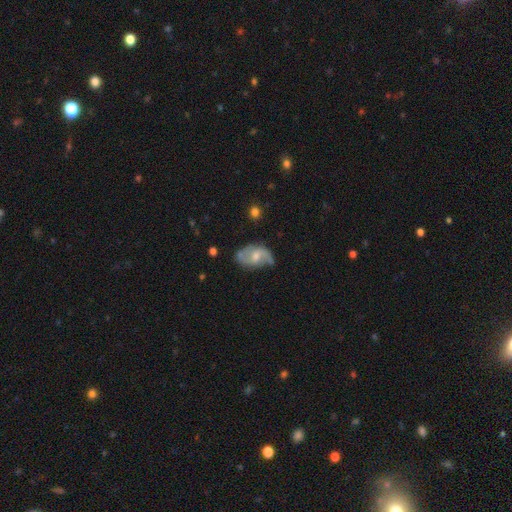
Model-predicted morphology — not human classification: smooth-or-featured: featured or disk: 73% | smooth: 21% | star or artifact: 6%
  disk-edge-on: no: 96% | yes: 4%
    bar: no: 47% | weak: 46% | strong: 8%
    has-spiral-arms: yes: 89% | no: 11%
      spiral-winding: loose: 47% | medium: 40% | tight: 13%
      spiral-arm-count: 2: 84% | can't tell: 8% | 1: 5% | 3: 2% | 4: 1% | more than 4: 1%
    bulge-size: moderate: 53% | small: 37% | none: 5% | large: 4% | dominant: 1%
  merging: none: 58% | minor disturbance: 28% | major disturbance: 11% | merger: 3%